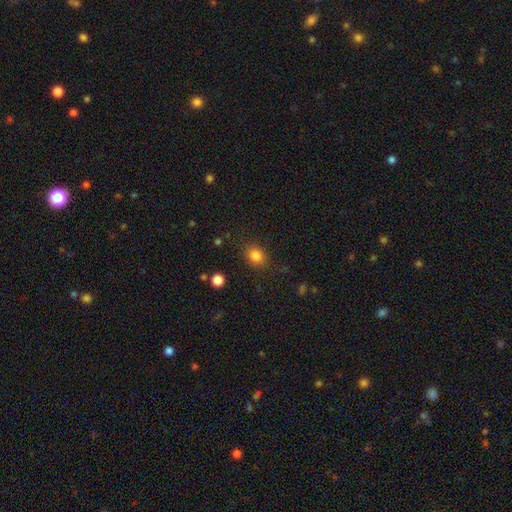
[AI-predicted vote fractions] Morphology: type=smooth (83%); roundness=round (56%); merging=none (83%).